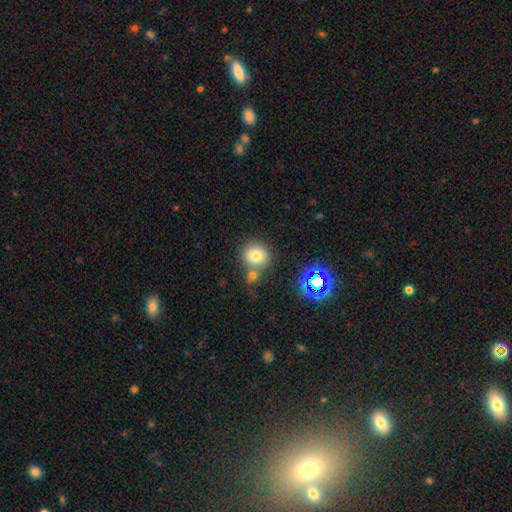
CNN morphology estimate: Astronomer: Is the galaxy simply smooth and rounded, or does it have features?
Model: smooth — 76%.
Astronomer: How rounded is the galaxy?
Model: round — 89%.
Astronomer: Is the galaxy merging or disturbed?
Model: none — 62%.